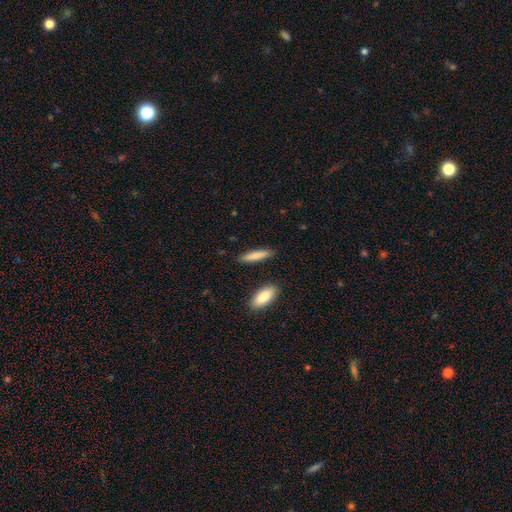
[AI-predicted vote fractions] Smooth or featured? smooth (82%)
How rounded? cigar-shaped (80%)
Merging? none (87%)